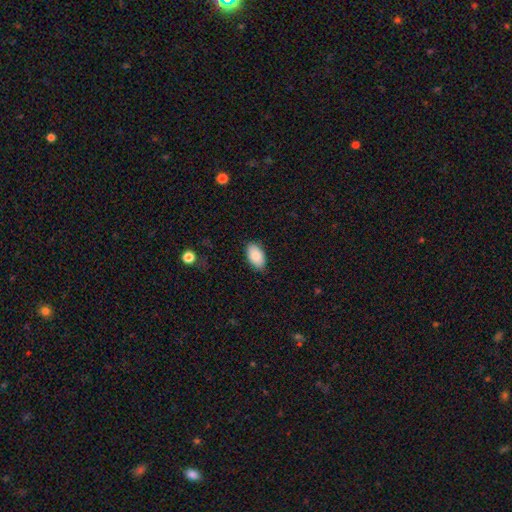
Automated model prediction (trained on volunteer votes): Smooth or featured? smooth (86%)
How rounded? in between (94%)
Merging? none (85%)